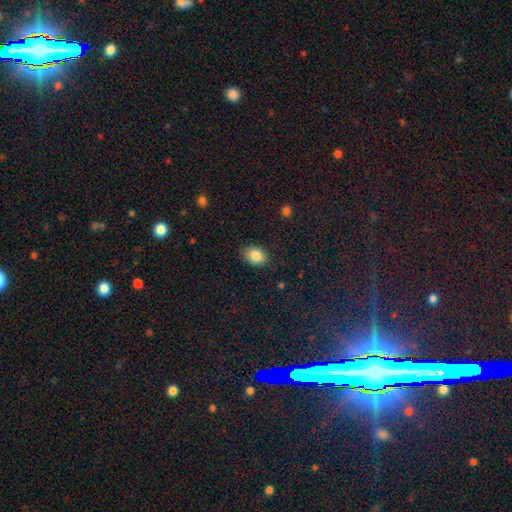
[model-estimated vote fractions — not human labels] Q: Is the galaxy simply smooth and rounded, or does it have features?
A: smooth — 85%.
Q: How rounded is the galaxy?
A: in between — 74%.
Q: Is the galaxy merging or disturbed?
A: none — 83%.